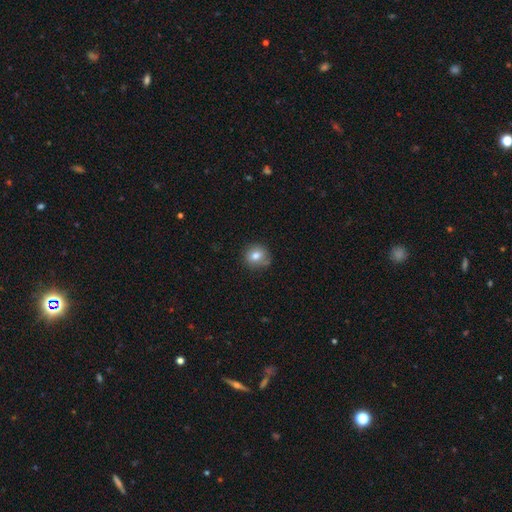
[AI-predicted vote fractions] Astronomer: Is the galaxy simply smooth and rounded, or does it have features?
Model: smooth — 78%.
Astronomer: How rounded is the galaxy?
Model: round — 82%.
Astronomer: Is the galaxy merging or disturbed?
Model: none — 74%.